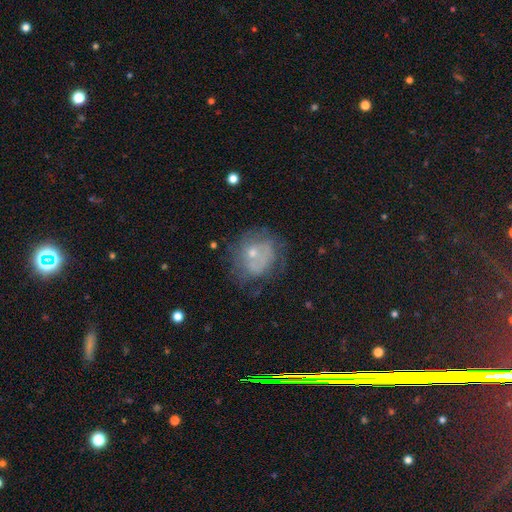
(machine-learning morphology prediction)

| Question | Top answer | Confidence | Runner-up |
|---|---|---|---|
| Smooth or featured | featured or disk | 54% | smooth (36%) |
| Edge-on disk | no | 98% | yes (2%) |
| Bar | no | 84% | weak (14%) |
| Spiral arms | no | 53% | yes (47%) |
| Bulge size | small | 58% | moderate (33%) |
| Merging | none | 52% | minor disturbance (24%) |